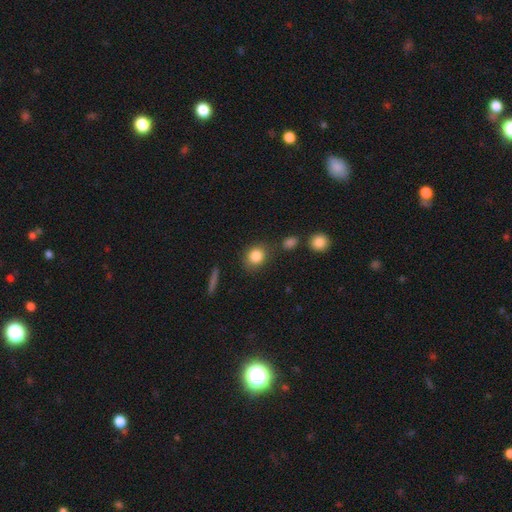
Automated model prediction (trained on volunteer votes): Smooth or featured?
  - smooth: 84% *
  - star or artifact: 9%
  - featured or disk: 7%
How rounded?
  - round: 67% *
  - in between: 32%
  - cigar-shaped: 2%
Merging?
  - none: 79% *
  - minor disturbance: 13%
  - merger: 5%
  - major disturbance: 4%